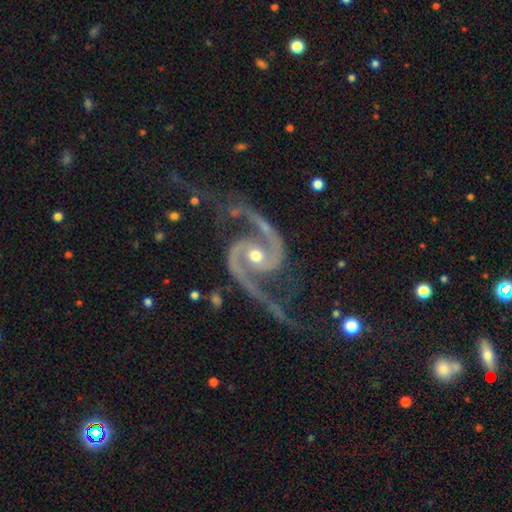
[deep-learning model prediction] A featured or disk galaxy (94%) with no bar (61%), 2 (95%) medium (49%) spiral arms (99%) and a moderate central bulge (72%). Merging: none (66%).